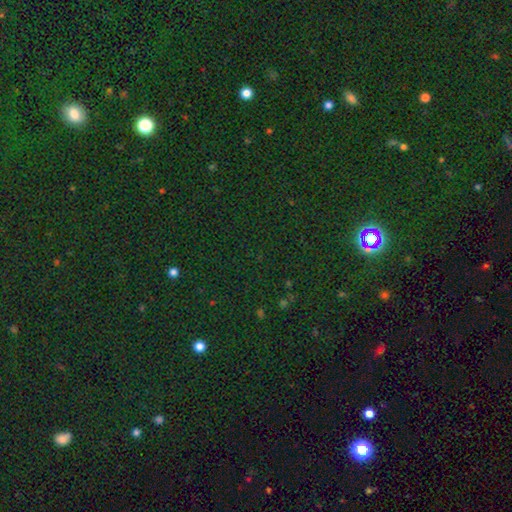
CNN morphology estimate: This is likely a star or artifact rather than a galaxy (74%).